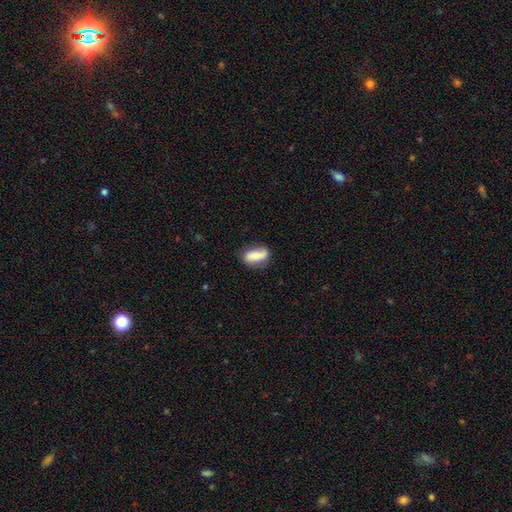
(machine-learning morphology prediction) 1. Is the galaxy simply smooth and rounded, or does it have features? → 69% smooth, 23% featured or disk, 7% star or artifact.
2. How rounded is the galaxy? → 75% in between, 20% cigar-shaped, 5% round.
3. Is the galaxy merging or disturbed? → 70% none, 21% minor disturbance, 6% major disturbance, 3% merger.